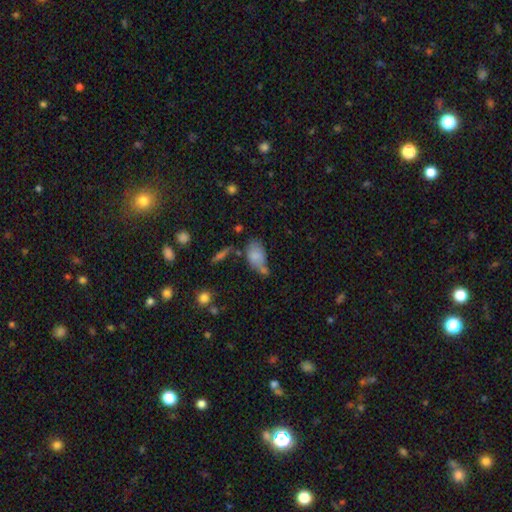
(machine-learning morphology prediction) This appears to be a smooth galaxy with no disk features (76%) that is in between round and cigar-shaped (89%). Merging: none (32%).